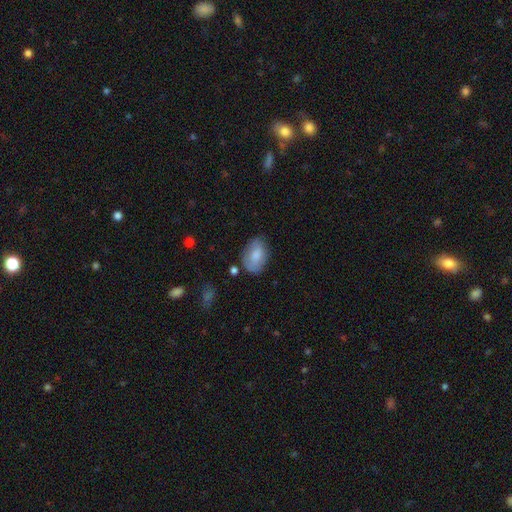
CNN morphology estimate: type=smooth (78%); roundness=in between (86%); merging=none (67%).